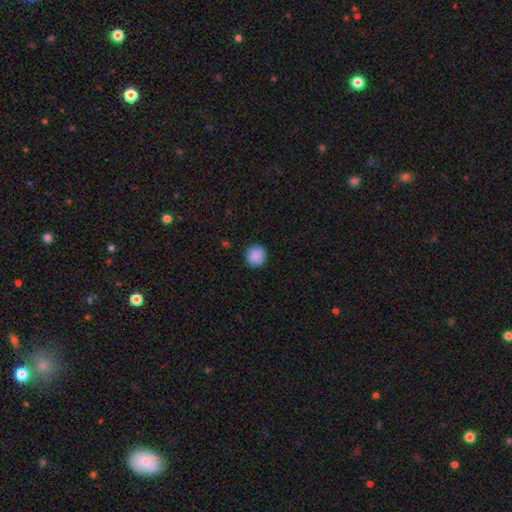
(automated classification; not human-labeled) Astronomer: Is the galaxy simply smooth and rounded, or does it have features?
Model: smooth — 89%.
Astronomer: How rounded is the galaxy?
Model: round — 95%.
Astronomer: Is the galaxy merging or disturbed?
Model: none — 91%.